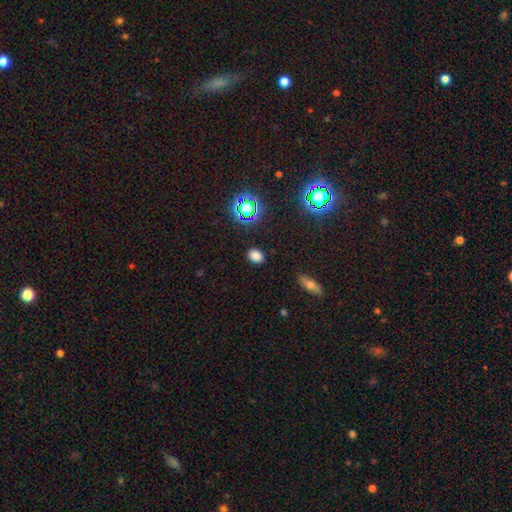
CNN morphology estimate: Q: Smooth or featured?
A: smooth (78%); runner-up: star or artifact (17%)
Q: How rounded?
A: in between (72%); runner-up: round (27%)
Q: Merging?
A: none (87%); runner-up: minor disturbance (9%)